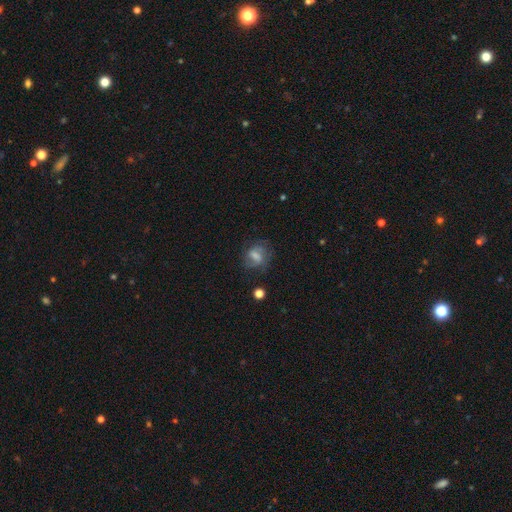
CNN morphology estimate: A featured or disk galaxy (50%). Merging: none (58%).